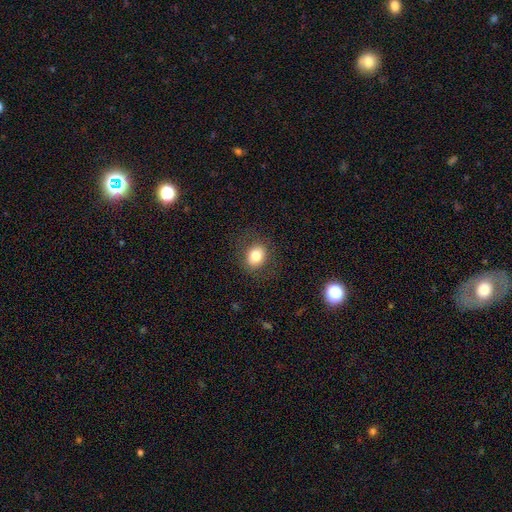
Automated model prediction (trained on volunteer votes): A smooth galaxy with no disk features (80%) that is round (58%). Merging: none (84%).